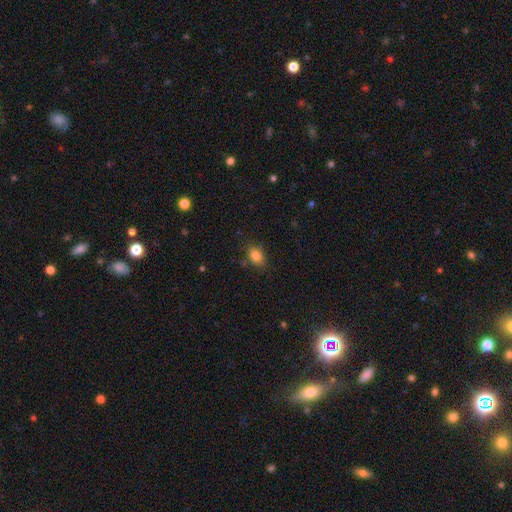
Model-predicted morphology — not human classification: Overall: smooth (83%). How rounded: in between (71%). Merging: none (80%).